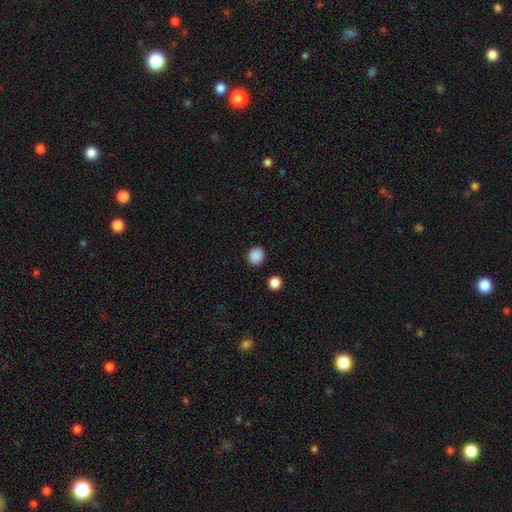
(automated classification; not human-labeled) A smooth galaxy with no disk features (88%) that is round (84%). Merging: none (90%).